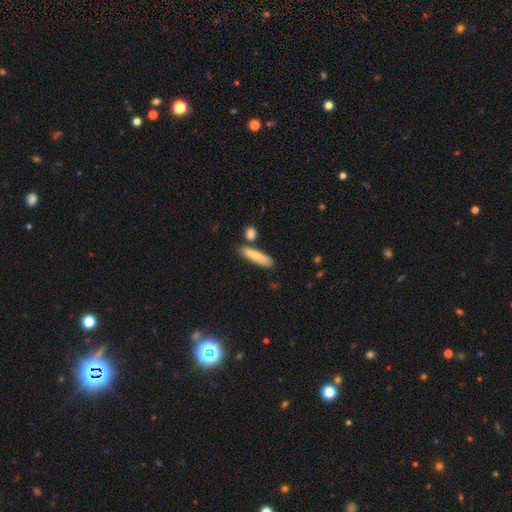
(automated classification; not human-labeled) This appears to be a smooth galaxy with no disk features (75%) that is cigar-shaped (71%). Merging: none (71%).